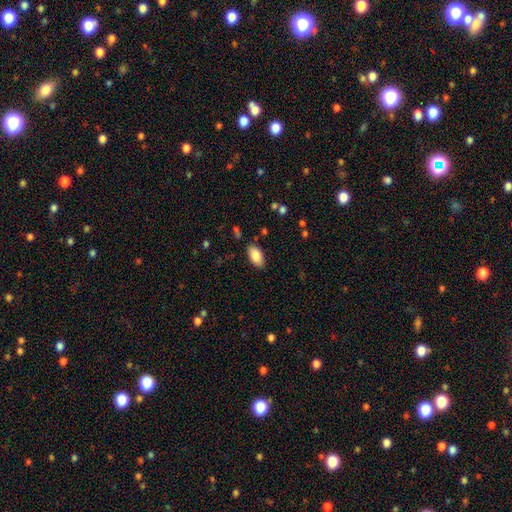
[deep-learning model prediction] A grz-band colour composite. It shows a smooth galaxy with no disk features (85%) that is in between round and cigar-shaped (94%). Merging: none (85%).